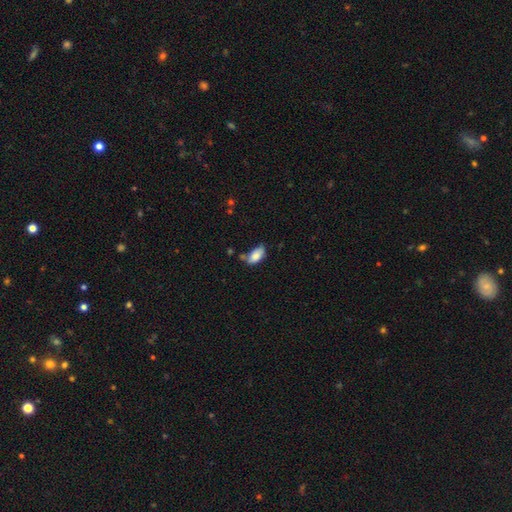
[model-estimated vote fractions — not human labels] smooth_or_featured: smooth (p=0.82) [alt: featured or disk p=0.10]
how_rounded: in between (p=0.91) [alt: cigar-shaped p=0.06]
merging: none (p=0.48) [alt: minor disturbance p=0.30]